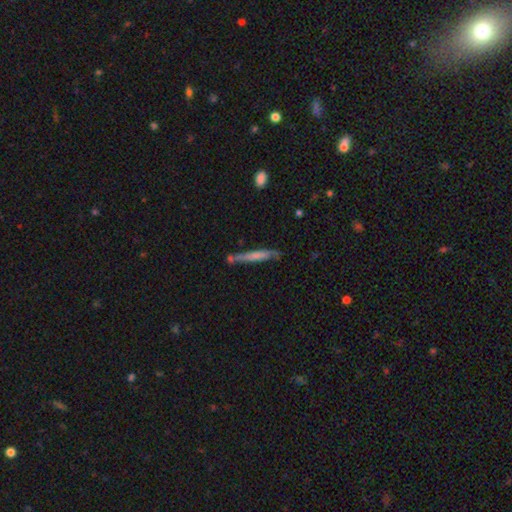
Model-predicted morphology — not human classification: This appears to be a smooth galaxy with no disk features (58%) that is cigar-shaped (94%). Merging: none (66%).